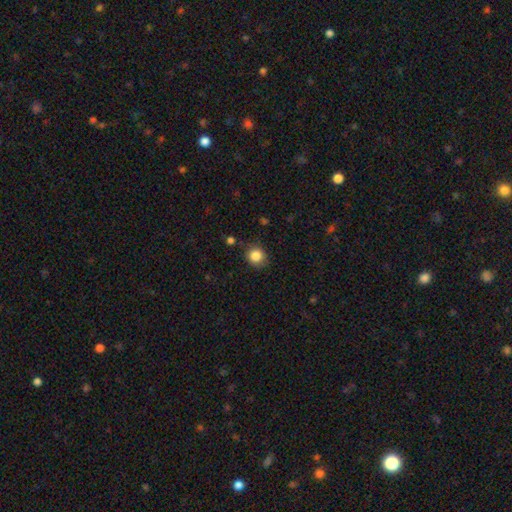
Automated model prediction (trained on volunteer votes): Smooth or featured? Predicted: smooth (p=0.85). How rounded? Predicted: round (p=0.83). Merging? Predicted: none (p=0.81).